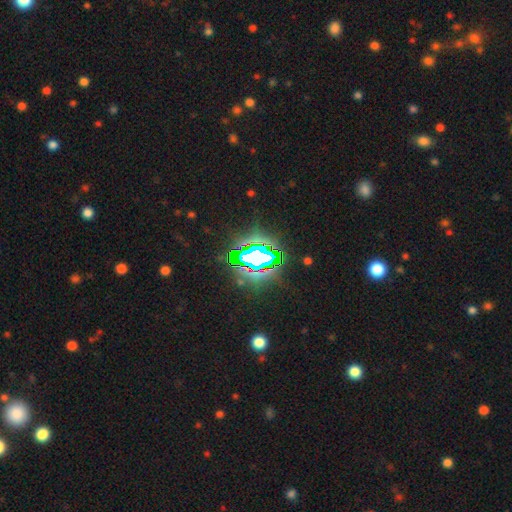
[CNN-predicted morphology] This appears to be a star or artifact, not a galaxy (78%).